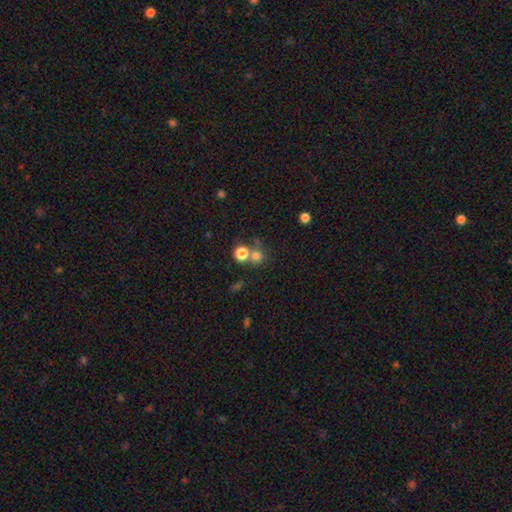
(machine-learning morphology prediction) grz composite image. It shows a smooth galaxy with no disk features (74%) that is round (86%). Merging: none (54%).